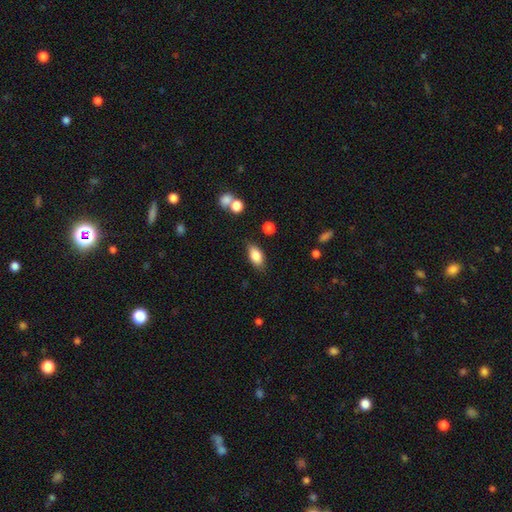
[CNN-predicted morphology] The model was most divided on "merging": none: 81%, minor disturbance: 14%, major disturbance: 3%, merger: 2%. More confident: how rounded — in between (88%); smooth or featured — smooth (83%).